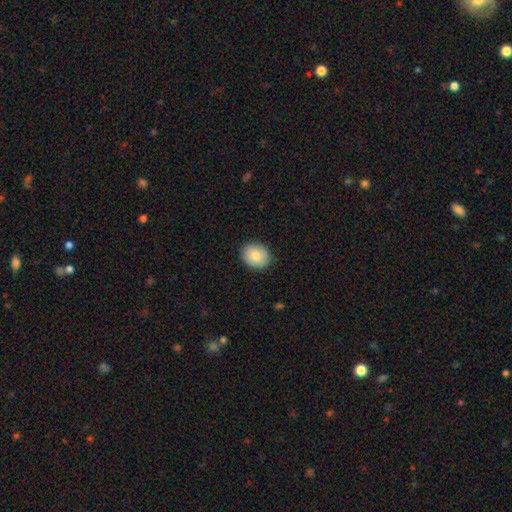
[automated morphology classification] Smooth or featured? smooth (84%)
How rounded? round (58%)
Merging? none (88%)